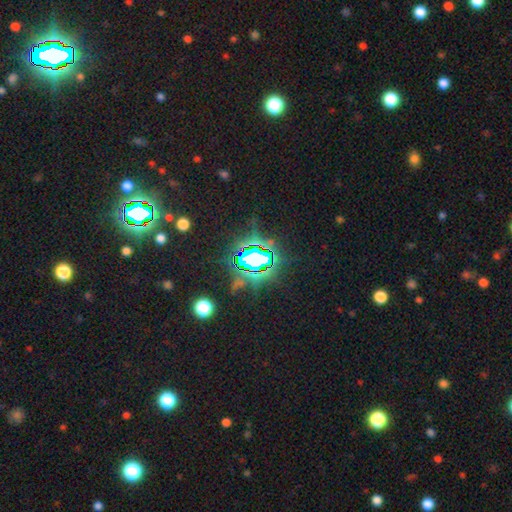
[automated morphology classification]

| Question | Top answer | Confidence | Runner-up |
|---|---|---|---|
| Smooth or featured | star or artifact | 76% | smooth (14%) |